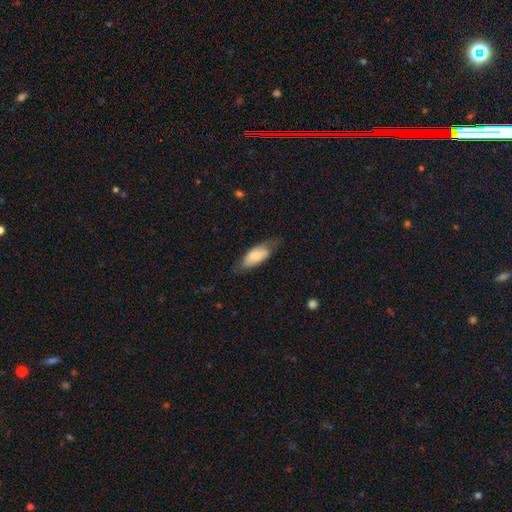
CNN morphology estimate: Smooth or featured? Predicted: smooth (p=0.73). How rounded? Predicted: in between (p=0.81). Merging? Predicted: none (p=0.60).